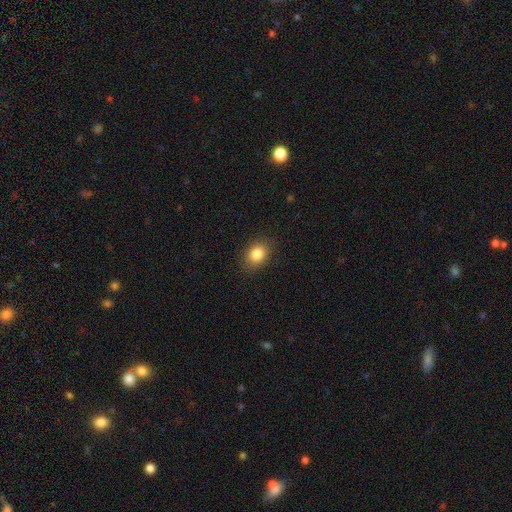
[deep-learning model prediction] Smooth or featured? Predicted: smooth (p=0.84). How rounded? Predicted: in between (p=0.64). Merging? Predicted: none (p=0.87).